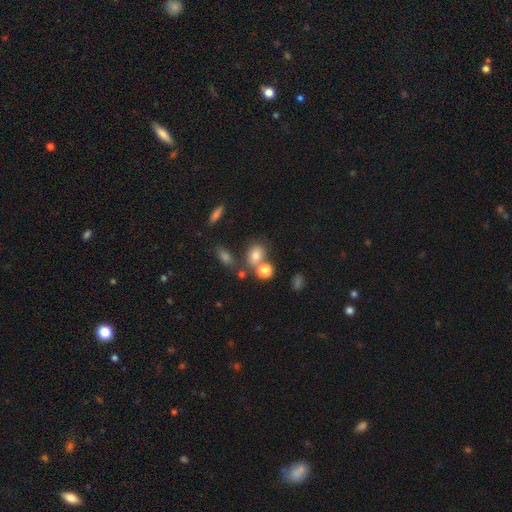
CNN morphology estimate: Smooth or featured: smooth — 75% (star or artifact — 13%)
How rounded: in between — 54% (round — 45%)
Merging: none — 49% (merger — 32%)